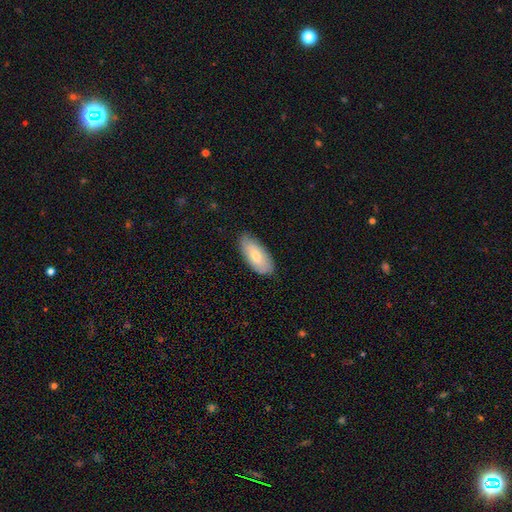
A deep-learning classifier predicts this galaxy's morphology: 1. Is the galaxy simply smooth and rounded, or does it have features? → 74% smooth, 20% featured or disk, 6% star or artifact.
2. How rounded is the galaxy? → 89% in between, 9% cigar-shaped, 2% round.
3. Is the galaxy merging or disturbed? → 82% none, 14% minor disturbance, 2% major disturbance, 1% merger.